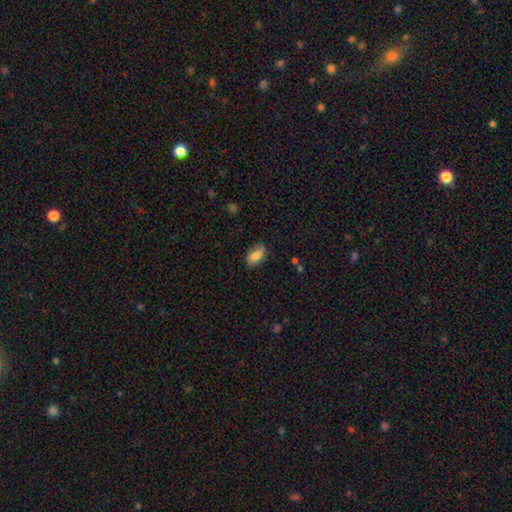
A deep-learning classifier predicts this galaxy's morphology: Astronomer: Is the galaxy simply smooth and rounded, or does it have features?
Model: smooth — 81%.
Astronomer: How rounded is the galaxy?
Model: in between — 90%.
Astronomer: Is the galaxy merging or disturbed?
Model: none — 79%.